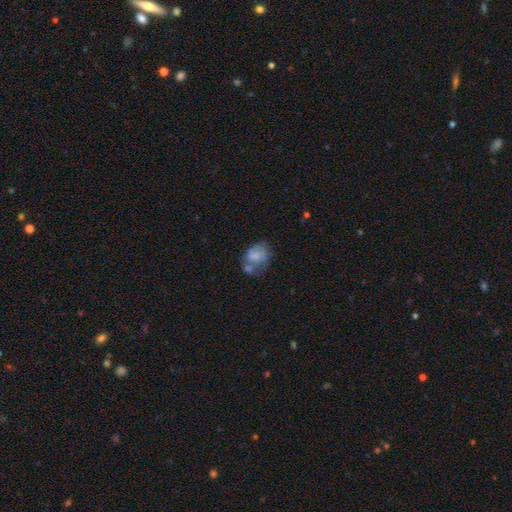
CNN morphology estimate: Q: Smooth or featured?
A: smooth (56%); runner-up: featured or disk (34%)
Q: How rounded?
A: in between (65%); runner-up: round (34%)
Q: Merging?
A: none (30%); runner-up: merger (29%)